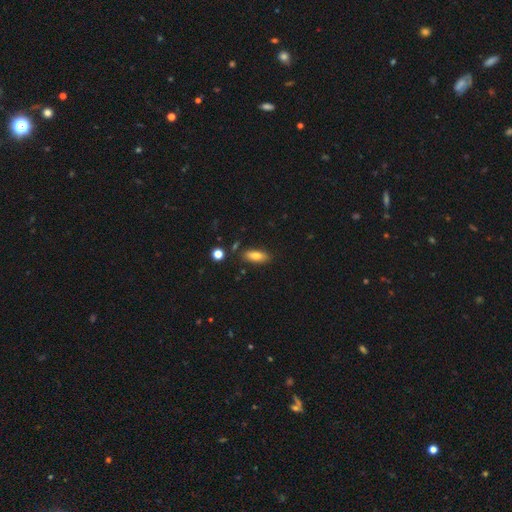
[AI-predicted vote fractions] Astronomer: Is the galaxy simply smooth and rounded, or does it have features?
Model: smooth — 78%.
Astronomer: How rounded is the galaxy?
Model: in between — 75%.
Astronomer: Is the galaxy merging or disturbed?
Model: none — 83%.